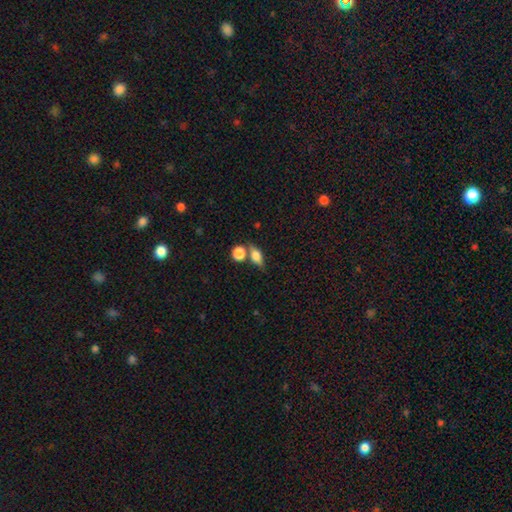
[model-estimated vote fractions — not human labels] smooth_or_featured: smooth (p=0.74) [alt: featured or disk p=0.17]
how_rounded: in between (p=0.70) [alt: round p=0.18]
merging: none (p=0.56) [alt: merger p=0.25]